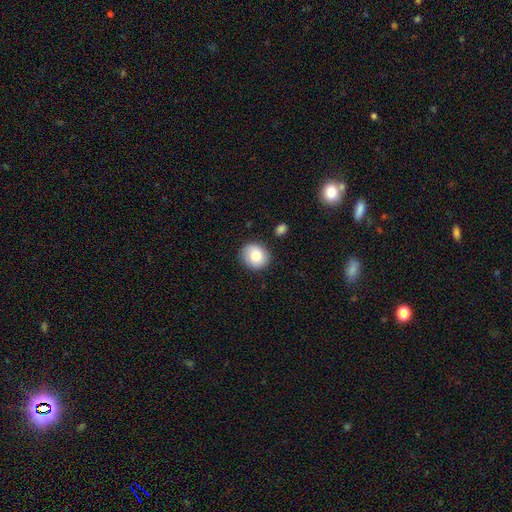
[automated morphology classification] Smooth or featured: smooth — 80% (featured or disk — 12%)
How rounded: round — 81% (in between — 18%)
Merging: none — 84% (minor disturbance — 11%)